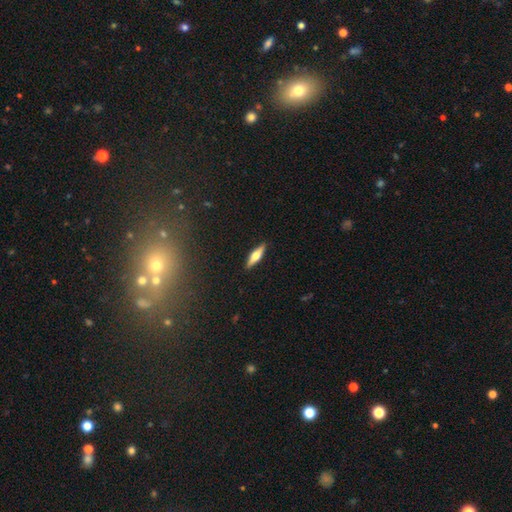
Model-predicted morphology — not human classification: Overall: featured or disk (49%; smooth 45%). Merging: none (90%).